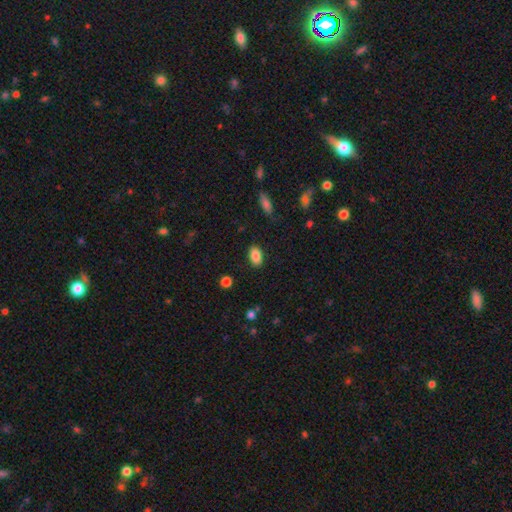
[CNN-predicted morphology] type=smooth (86%); roundness=in between (90%); merging=none (87%).